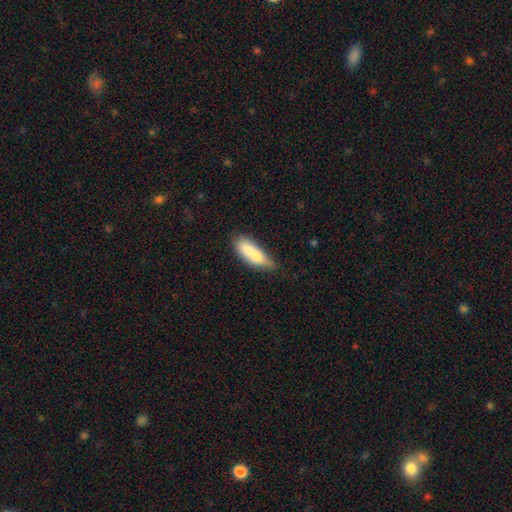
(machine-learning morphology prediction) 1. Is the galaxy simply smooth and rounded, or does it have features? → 71% smooth, 22% featured or disk, 7% star or artifact.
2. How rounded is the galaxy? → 61% in between, 37% cigar-shaped, 3% round.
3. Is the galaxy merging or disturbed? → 42% none, 26% merger, 24% minor disturbance, 8% major disturbance.